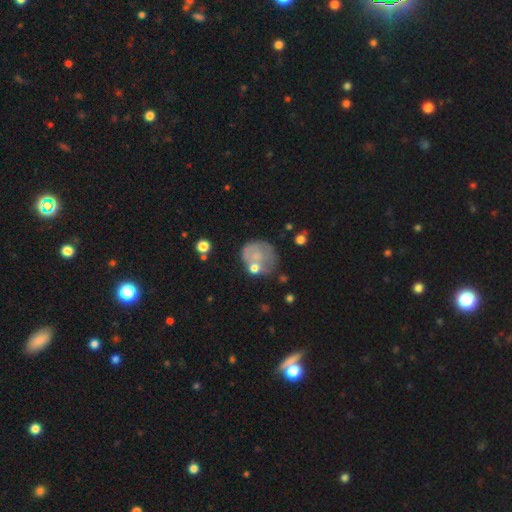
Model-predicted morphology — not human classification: Smooth or featured: smooth — 52% (featured or disk — 39%)
How rounded: round — 75% (in between — 24%)
Merging: none — 47% (minor disturbance — 25%)